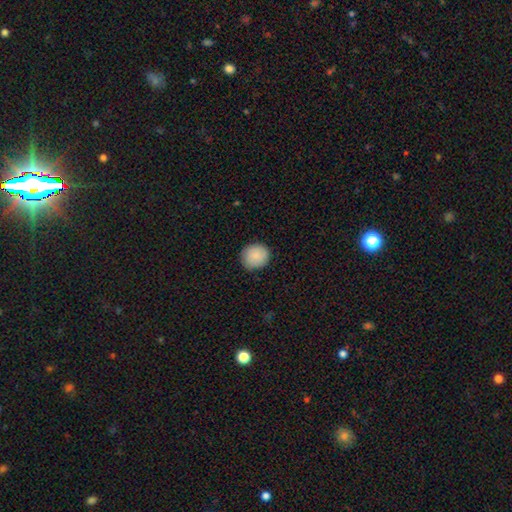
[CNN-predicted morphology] smooth_or_featured: smooth (p=0.88) [alt: star or artifact p=0.07]
how_rounded: round (p=0.87) [alt: in between p=0.12]
merging: none (p=0.86) [alt: minor disturbance p=0.11]